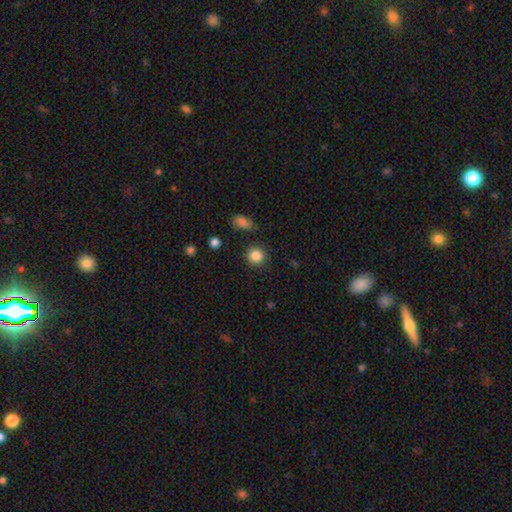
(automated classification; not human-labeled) smooth-or-featured: smooth: 86% | star or artifact: 10% | featured or disk: 4%
  how-rounded: round: 90% | in between: 9% | cigar-shaped: 1%
  merging: none: 88% | minor disturbance: 7% | major disturbance: 3% | merger: 2%